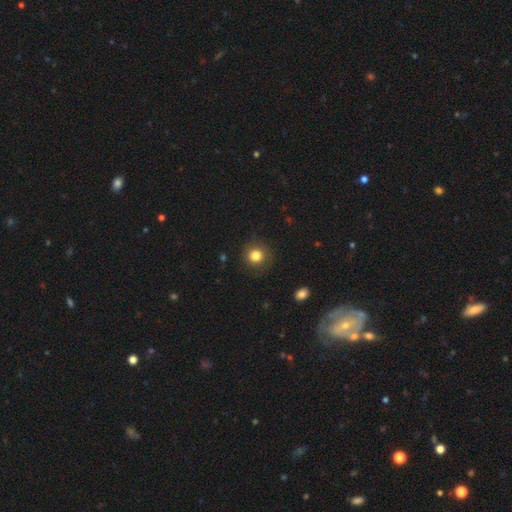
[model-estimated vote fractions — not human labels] Morphology: type=smooth (82%); roundness=round (91%); merging=none (86%).